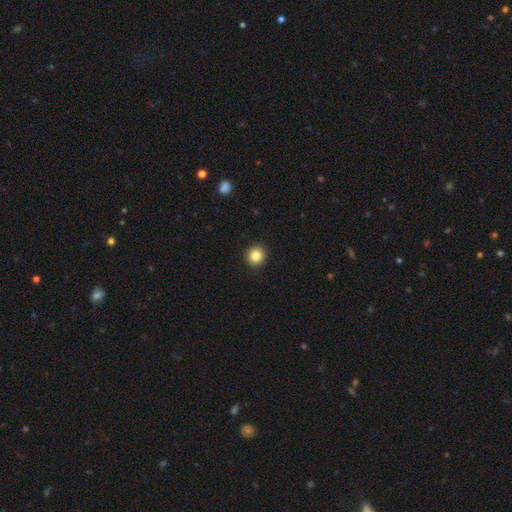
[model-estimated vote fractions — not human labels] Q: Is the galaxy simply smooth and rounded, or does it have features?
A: smooth — 85%.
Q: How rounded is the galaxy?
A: round — 90%.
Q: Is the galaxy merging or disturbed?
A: none — 93%.